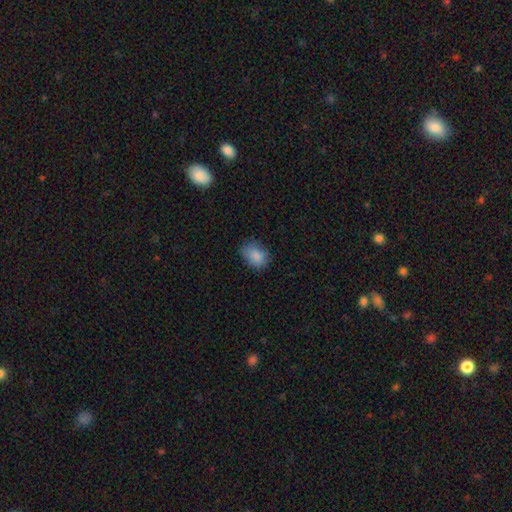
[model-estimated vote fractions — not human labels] smooth-or-featured: smooth: 85% | star or artifact: 8% | featured or disk: 7%
  how-rounded: in between: 73% | round: 26% | cigar-shaped: 1%
  merging: none: 72% | minor disturbance: 22% | major disturbance: 6% | merger: 1%